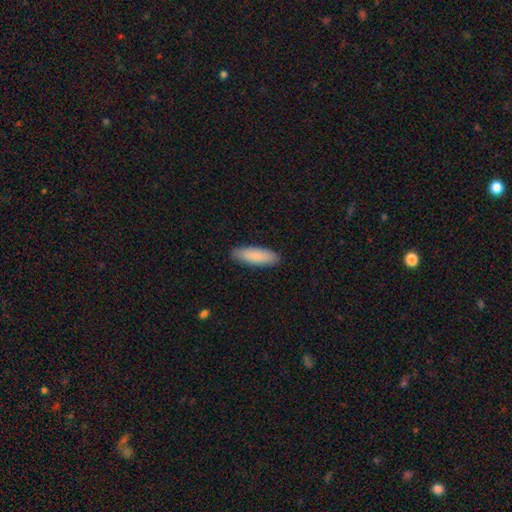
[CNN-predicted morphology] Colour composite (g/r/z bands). It shows a smooth galaxy with no disk features (88%) that is in between round and cigar-shaped (51%). Merging: none (89%).